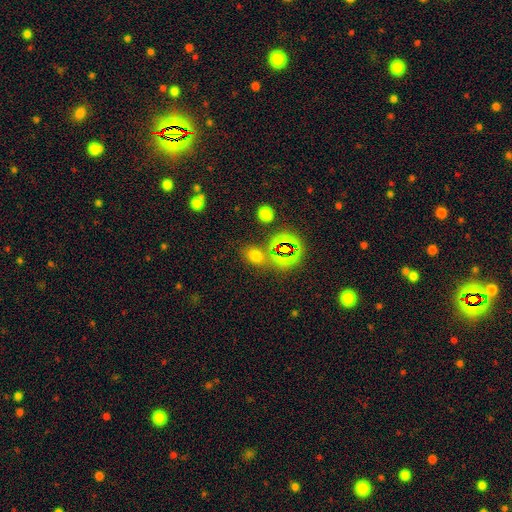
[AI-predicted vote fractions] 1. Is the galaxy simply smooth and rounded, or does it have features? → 62% smooth, 30% star or artifact, 7% featured or disk.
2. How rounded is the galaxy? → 62% in between, 36% round, 2% cigar-shaped.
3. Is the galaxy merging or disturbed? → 73% none, 11% minor disturbance, 11% merger, 5% major disturbance.